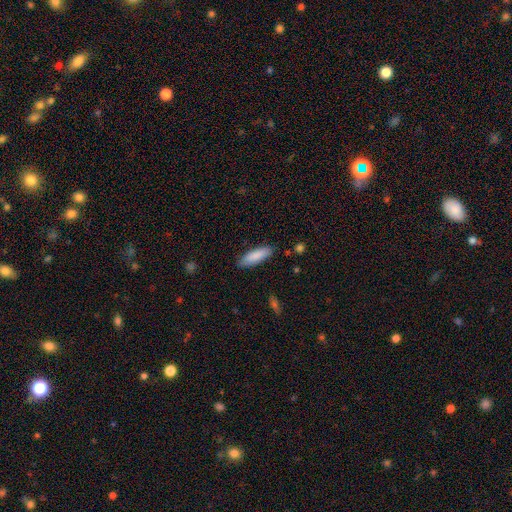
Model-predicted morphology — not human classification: Smooth or featured: smooth — 87% (featured or disk — 8%)
How rounded: cigar-shaped — 51% (in between — 47%)
Merging: none — 87% (minor disturbance — 10%)